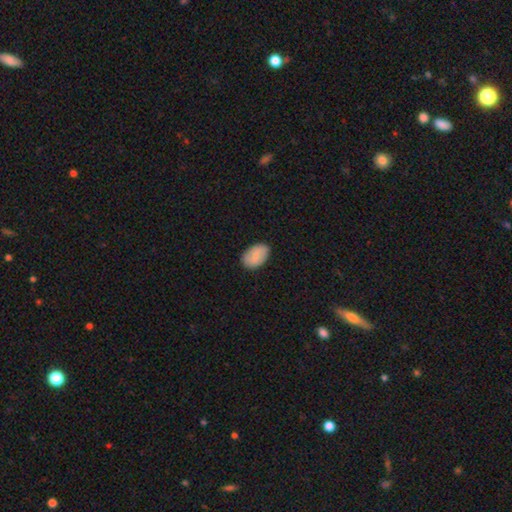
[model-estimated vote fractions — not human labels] Smooth or featured: smooth — 79% (featured or disk — 15%)
How rounded: in between — 88% (round — 11%)
Merging: none — 82% (minor disturbance — 14%)